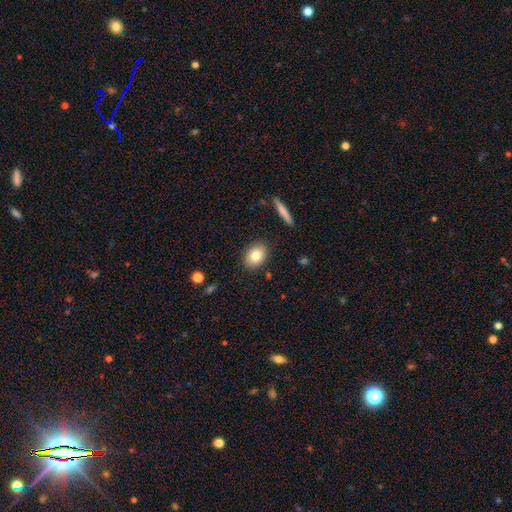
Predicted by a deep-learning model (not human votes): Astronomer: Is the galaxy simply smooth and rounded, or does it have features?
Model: smooth — 80%.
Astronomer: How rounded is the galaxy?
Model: in between — 71%.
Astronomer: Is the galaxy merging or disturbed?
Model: none — 88%.